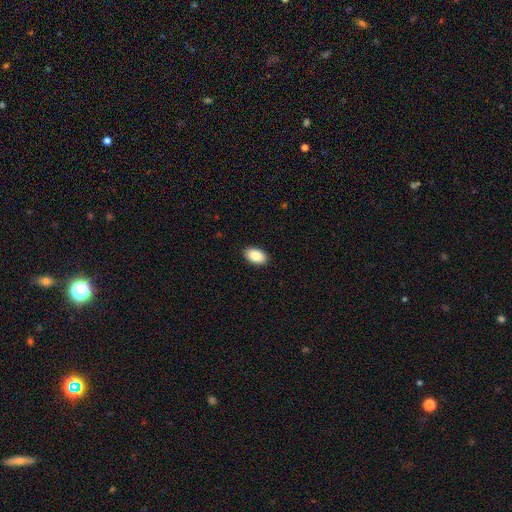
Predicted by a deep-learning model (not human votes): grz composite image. It shows a smooth galaxy with no disk features (88%) that is in between round and cigar-shaped (94%). Merging: none (90%).